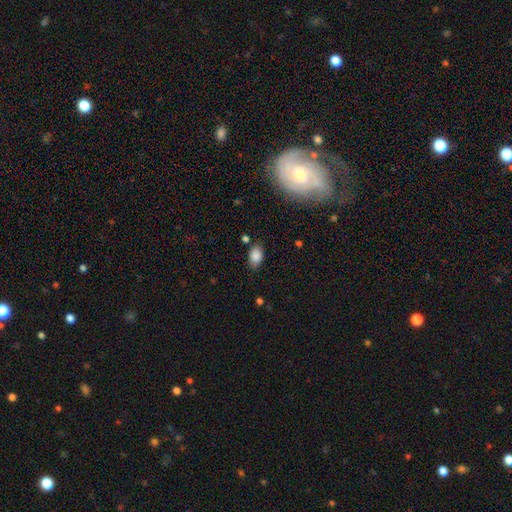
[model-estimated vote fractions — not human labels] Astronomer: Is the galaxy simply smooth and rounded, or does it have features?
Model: smooth — 85%.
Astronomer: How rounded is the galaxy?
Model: in between — 87%.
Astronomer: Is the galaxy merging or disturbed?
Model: none — 76%.